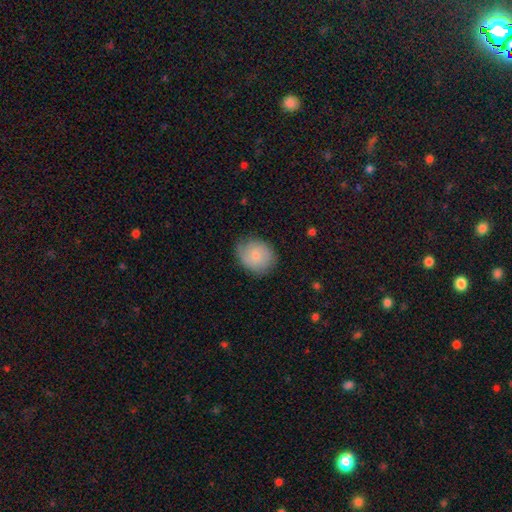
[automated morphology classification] smooth-or-featured: smooth: 65% | featured or disk: 28% | star or artifact: 7%
  how-rounded: round: 71% | in between: 28% | cigar-shaped: 1%
  merging: none: 73% | minor disturbance: 21% | major disturbance: 5% | merger: 1%